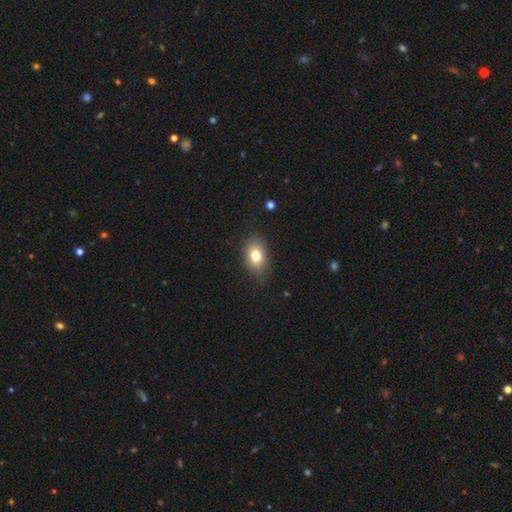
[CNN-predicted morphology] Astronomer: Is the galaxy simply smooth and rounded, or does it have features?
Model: smooth — 78%.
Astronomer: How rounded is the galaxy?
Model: in between — 81%.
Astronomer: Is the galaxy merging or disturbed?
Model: none — 79%.